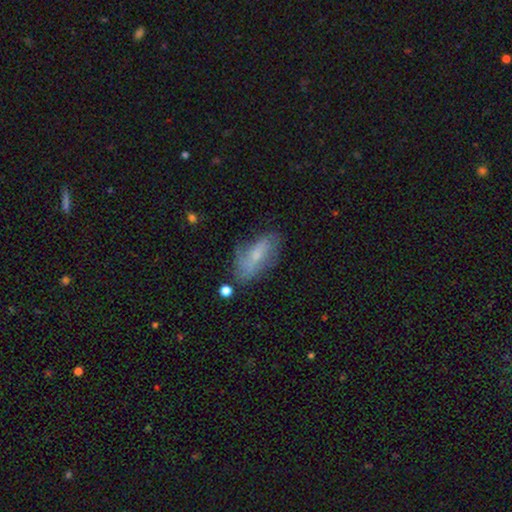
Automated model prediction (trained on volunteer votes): This is possibly a featured or disk galaxy (47%). Merging: possibly none (57%).